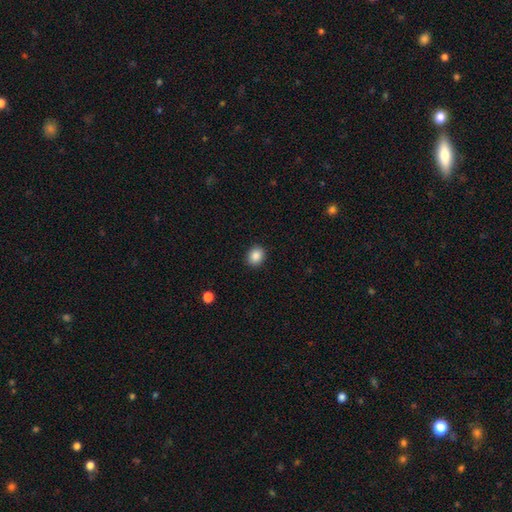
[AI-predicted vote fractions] The model was most divided on "how rounded": round: 59%, in between: 40%, cigar-shaped: 1%. More confident: merging — none (91%); smooth or featured — smooth (88%).